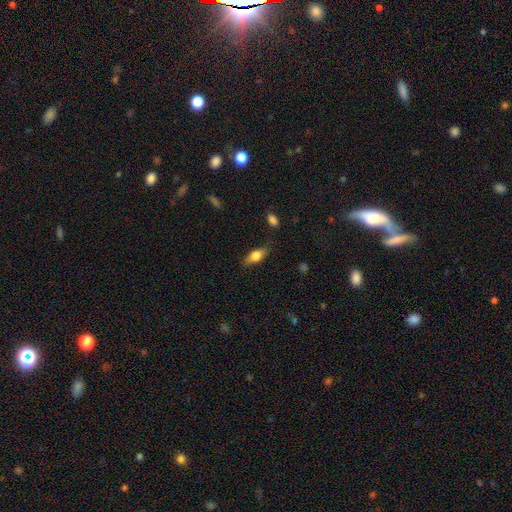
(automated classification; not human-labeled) Morphology: type=smooth (69%); roundness=in between (76%); merging=none (78%).